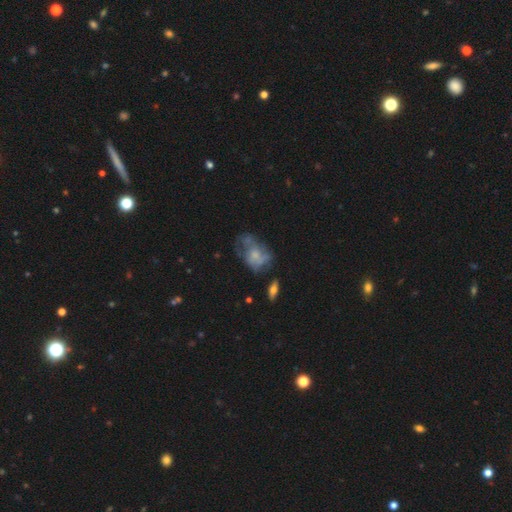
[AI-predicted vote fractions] Morphology: type=featured or disk (50%); edge-on=no (96%); merging=none (36%).